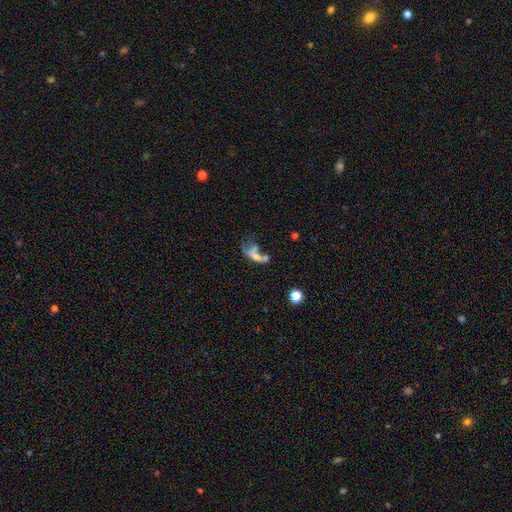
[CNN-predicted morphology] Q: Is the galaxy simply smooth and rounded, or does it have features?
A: smooth — 47%.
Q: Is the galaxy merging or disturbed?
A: merger — 44%.